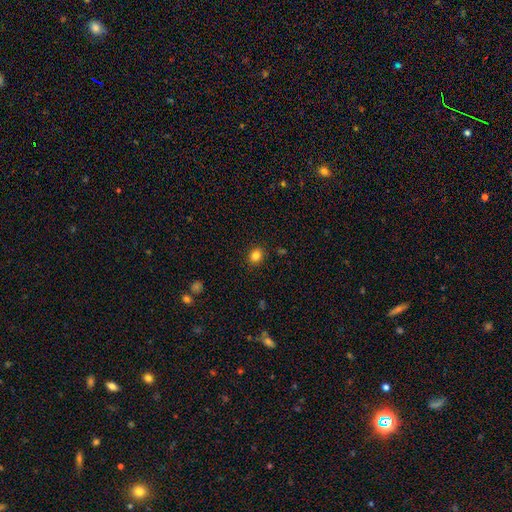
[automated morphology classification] This appears to be a smooth galaxy with no disk features (83%) that is round (63%). Merging: none (89%).